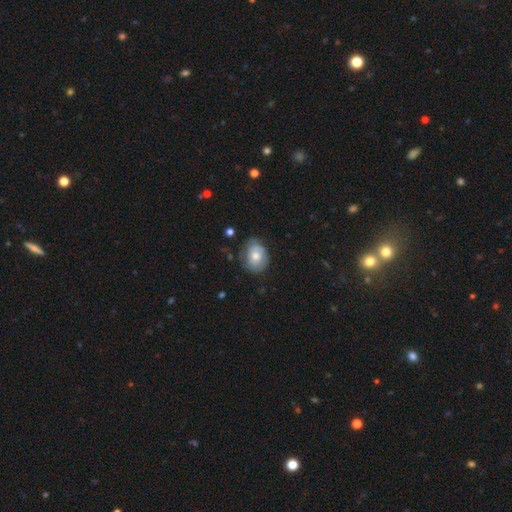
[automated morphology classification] Overall: smooth (53%; featured or disk 40%). How rounded: in between (53%; round 46%). Merging: none (64%; minor disturbance 26%).